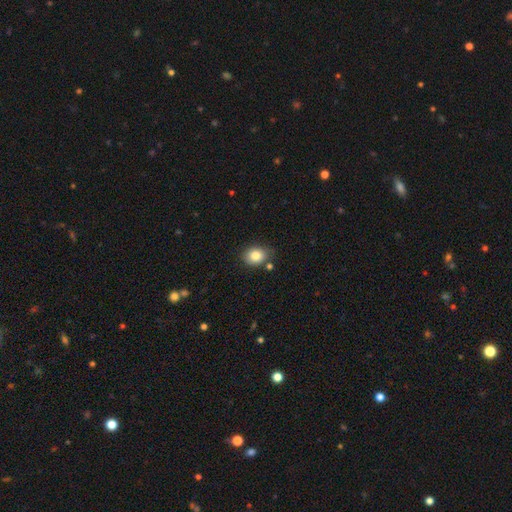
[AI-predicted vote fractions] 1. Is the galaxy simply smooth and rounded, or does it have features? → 84% smooth, 9% star or artifact, 7% featured or disk.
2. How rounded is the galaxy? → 58% in between, 41% round, 1% cigar-shaped.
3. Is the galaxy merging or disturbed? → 76% none, 15% minor disturbance, 5% merger, 3% major disturbance.